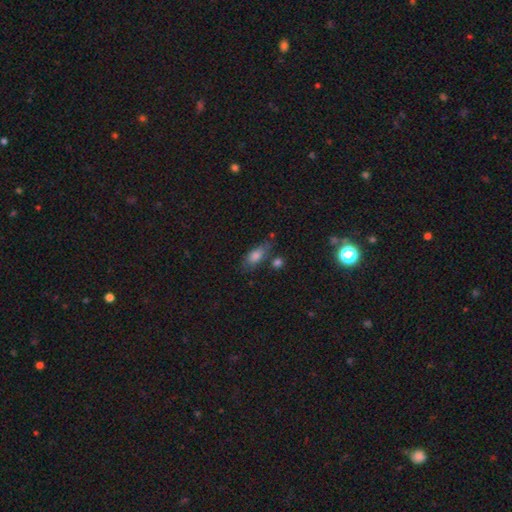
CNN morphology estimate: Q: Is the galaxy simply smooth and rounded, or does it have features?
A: smooth — 73%.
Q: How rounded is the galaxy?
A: in between — 77%.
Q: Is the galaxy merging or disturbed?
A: none — 61%.